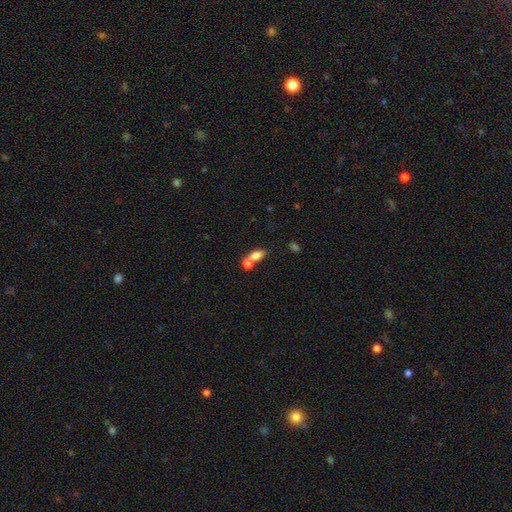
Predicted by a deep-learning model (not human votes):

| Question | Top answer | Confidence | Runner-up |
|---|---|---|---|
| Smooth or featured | smooth | 78% | featured or disk (12%) |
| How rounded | in between | 78% | round (16%) |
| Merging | merger | 54% | none (33%) |